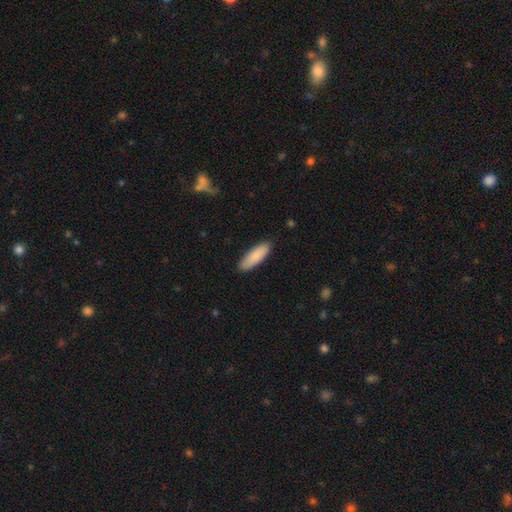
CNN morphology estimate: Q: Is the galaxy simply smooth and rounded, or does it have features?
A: smooth — 87%.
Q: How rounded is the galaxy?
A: in between — 58%.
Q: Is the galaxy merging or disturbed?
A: none — 87%.